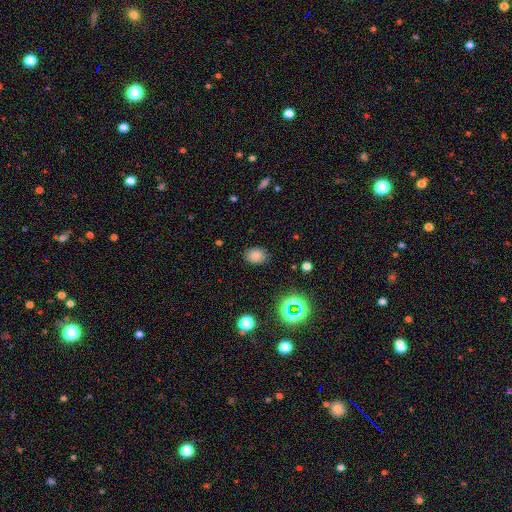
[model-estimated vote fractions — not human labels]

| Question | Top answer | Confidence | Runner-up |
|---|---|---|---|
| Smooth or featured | smooth | 78% | star or artifact (16%) |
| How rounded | in between | 61% | round (38%) |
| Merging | none | 85% | minor disturbance (11%) |